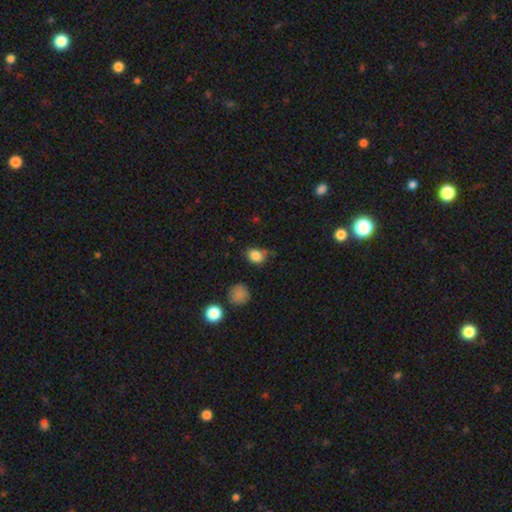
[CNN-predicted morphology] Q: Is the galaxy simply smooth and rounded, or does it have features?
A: smooth — 84%.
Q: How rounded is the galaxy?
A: in between — 52%.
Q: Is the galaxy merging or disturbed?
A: none — 60%.